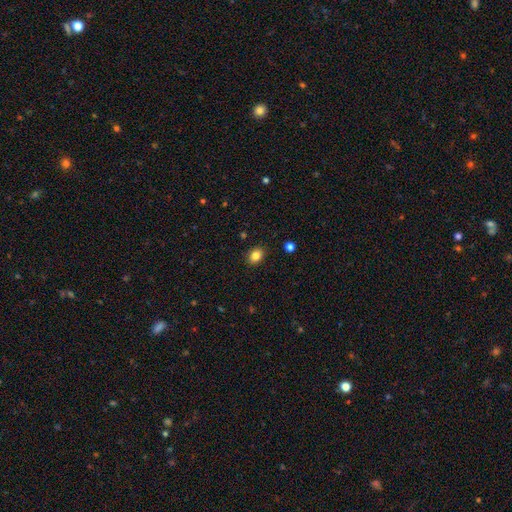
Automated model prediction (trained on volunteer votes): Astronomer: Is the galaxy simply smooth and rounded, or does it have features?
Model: smooth — 84%.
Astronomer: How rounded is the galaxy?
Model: in between — 64%.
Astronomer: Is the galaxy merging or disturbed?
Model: none — 89%.